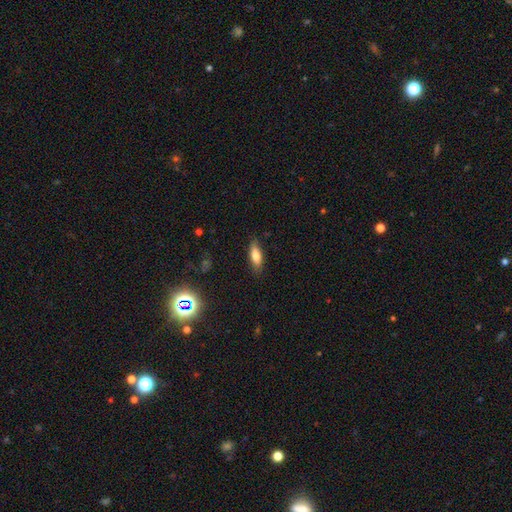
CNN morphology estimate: smooth 76%, featured or disk 16%, star or artifact 8%. Down the decision tree: how rounded — in between (64%); merging — none (81%).